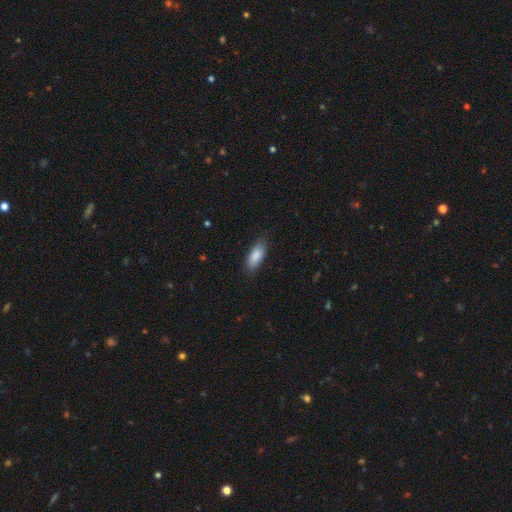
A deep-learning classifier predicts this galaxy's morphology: Smooth or featured? smooth (88%)
How rounded? in between (80%)
Merging? none (81%)